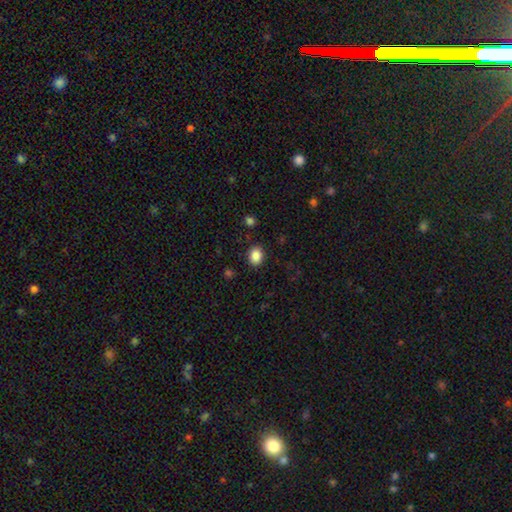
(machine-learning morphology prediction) type=smooth (87%); roundness=in between (50%); merging=none (88%).